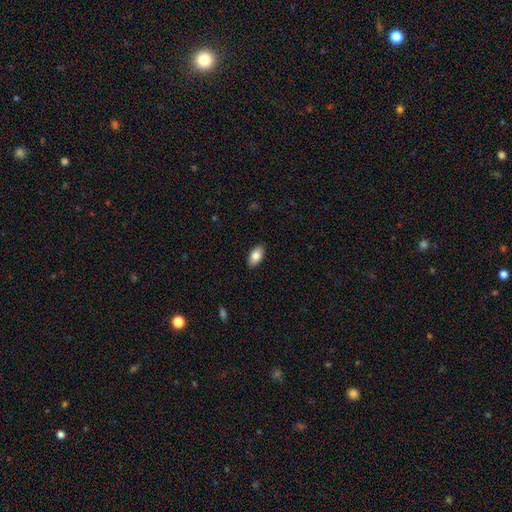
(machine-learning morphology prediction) Smooth or featured? smooth (84%)
How rounded? in between (93%)
Merging? none (89%)